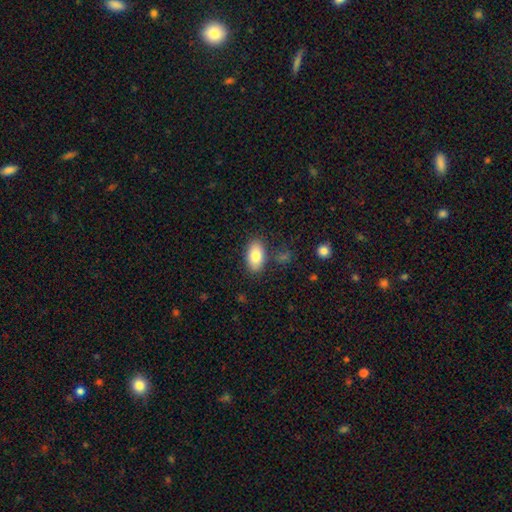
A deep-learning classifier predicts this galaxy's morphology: smooth 81%, featured or disk 12%, star or artifact 7%. Down the decision tree: how rounded — in between (93%); merging — none (84%).